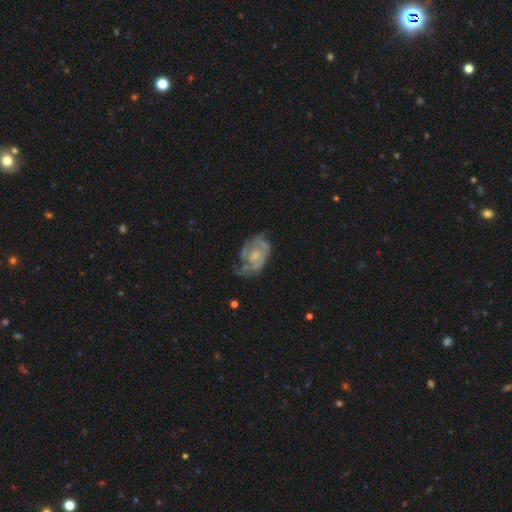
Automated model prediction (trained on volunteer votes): This is likely a featured or disk galaxy (76%). It is clearly not viewed edge-on (97%). Bar: likely no (73%). Spiral arm pattern: clearly yes (81%). Spiral arm count: marginally can't tell (35%). Spiral winding: marginally tight (45%). Central bulge: possibly small (58%). Merging: possibly none (49%).